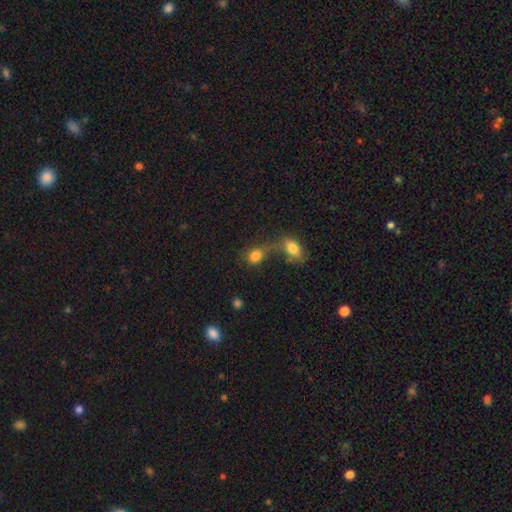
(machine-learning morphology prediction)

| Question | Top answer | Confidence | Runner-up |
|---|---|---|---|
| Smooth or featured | smooth | 81% | star or artifact (11%) |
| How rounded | in between | 62% | round (36%) |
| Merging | merger | 46% | none (32%) |